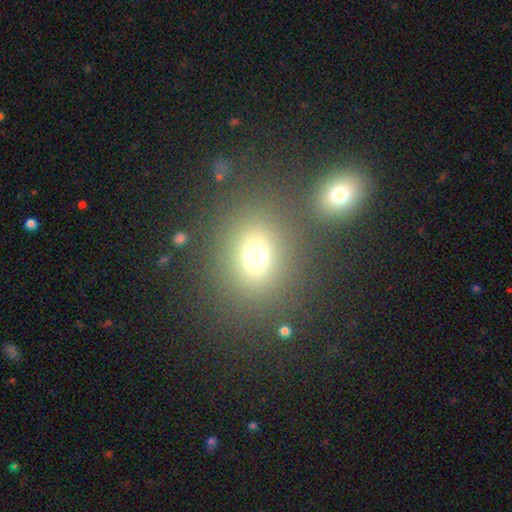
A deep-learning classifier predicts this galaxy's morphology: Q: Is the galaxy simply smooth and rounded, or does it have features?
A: smooth — 72%.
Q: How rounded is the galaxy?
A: round — 51%.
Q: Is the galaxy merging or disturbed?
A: none — 71%.